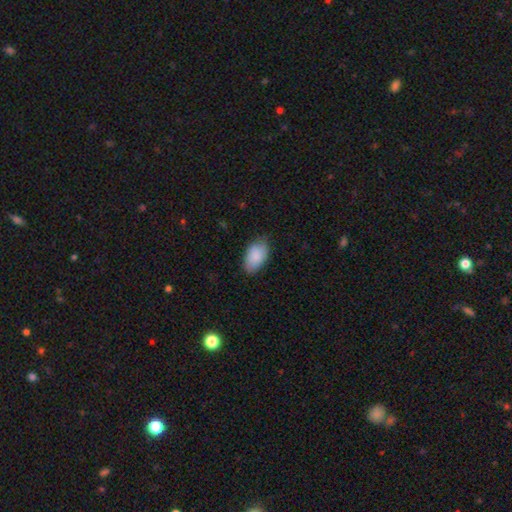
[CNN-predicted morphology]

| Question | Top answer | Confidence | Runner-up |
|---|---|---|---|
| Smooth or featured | smooth | 88% | featured or disk (6%) |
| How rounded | in between | 94% | round (4%) |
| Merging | none | 77% | minor disturbance (18%) |